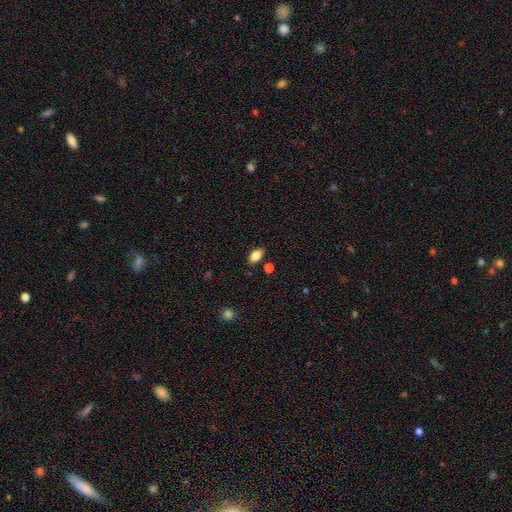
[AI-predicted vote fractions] A smooth galaxy with no disk features (84%) that is in between round and cigar-shaped (92%). Merging: none (84%).